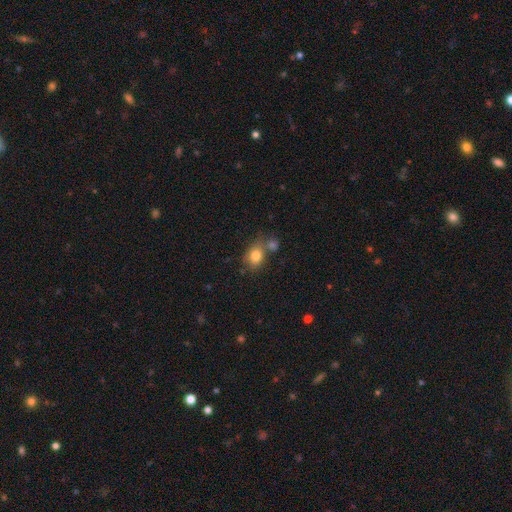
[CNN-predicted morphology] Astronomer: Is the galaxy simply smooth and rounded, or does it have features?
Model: smooth — 80%.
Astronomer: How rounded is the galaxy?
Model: in between — 57% (runner-up: round, 42%).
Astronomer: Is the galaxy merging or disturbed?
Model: none — 54%.